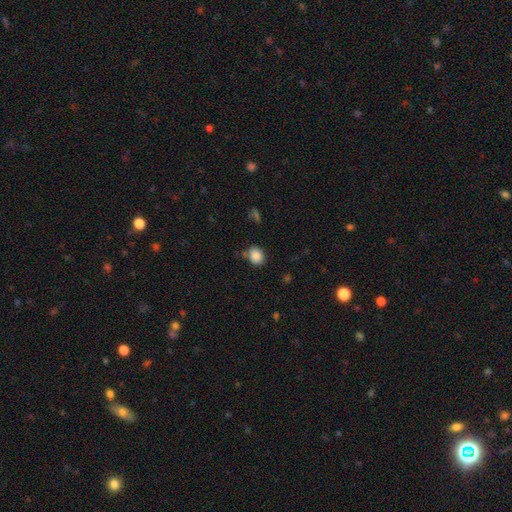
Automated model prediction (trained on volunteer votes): Morphology: type=smooth (87%); roundness=round (54%); merging=none (76%).